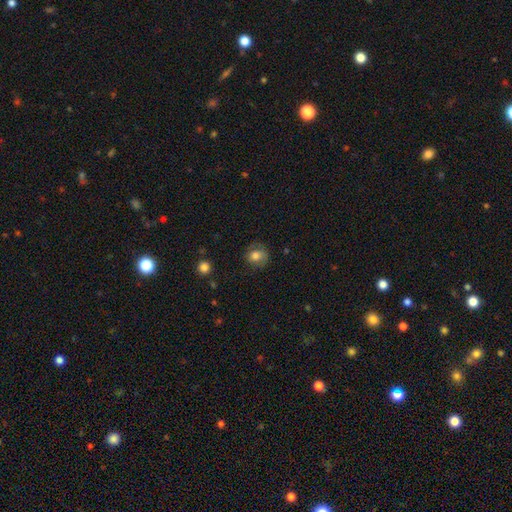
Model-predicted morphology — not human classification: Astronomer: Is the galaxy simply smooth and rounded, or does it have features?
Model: smooth — 75%.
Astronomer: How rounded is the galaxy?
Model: round — 73%.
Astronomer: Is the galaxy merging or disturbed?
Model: none — 71%.